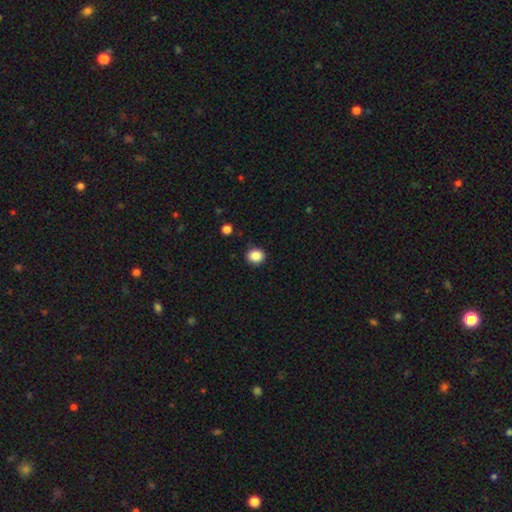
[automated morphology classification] smooth_or_featured: smooth (p=0.87) [alt: star or artifact p=0.10]
how_rounded: round (p=0.74) [alt: in between p=0.25]
merging: none (p=0.88) [alt: minor disturbance p=0.08]